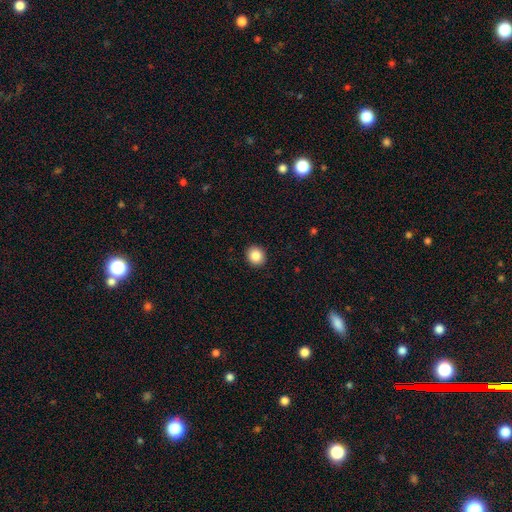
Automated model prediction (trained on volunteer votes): smooth-or-featured: smooth: 87% | star or artifact: 9% | featured or disk: 4%
  how-rounded: round: 79% | in between: 20% | cigar-shaped: 1%
  merging: none: 92% | minor disturbance: 5% | major disturbance: 2% | merger: 1%